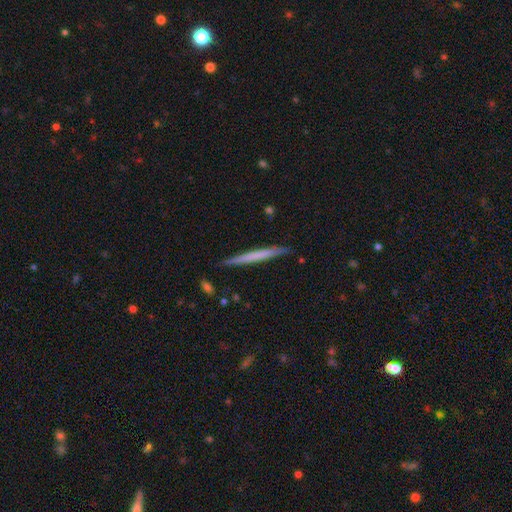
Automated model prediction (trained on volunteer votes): The model was most divided on "smooth or featured": smooth: 54%, featured or disk: 41%, star or artifact: 5%. More confident: how rounded — cigar-shaped (97%); merging — none (89%).